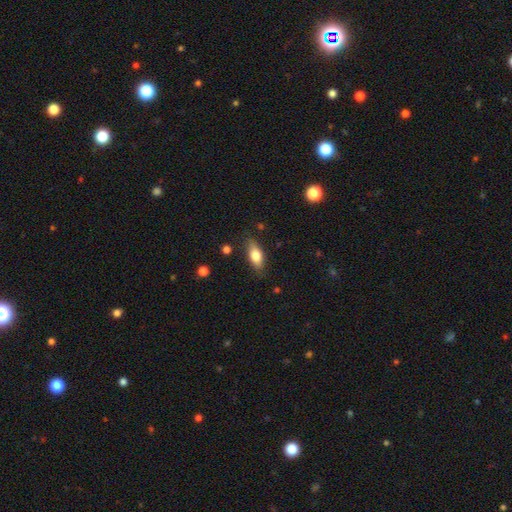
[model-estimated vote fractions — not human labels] This is likely a smooth galaxy (73%). How rounded: likely in between (78%). Merging: likely none (80%).